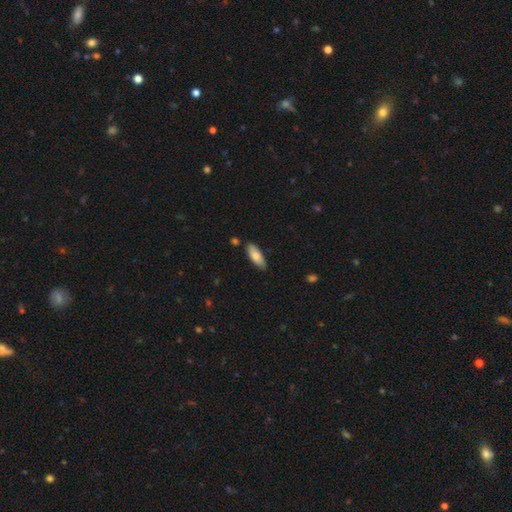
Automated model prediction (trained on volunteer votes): This appears to be a smooth galaxy with no disk features (78%) that is in between round and cigar-shaped (69%). Merging: none (82%).